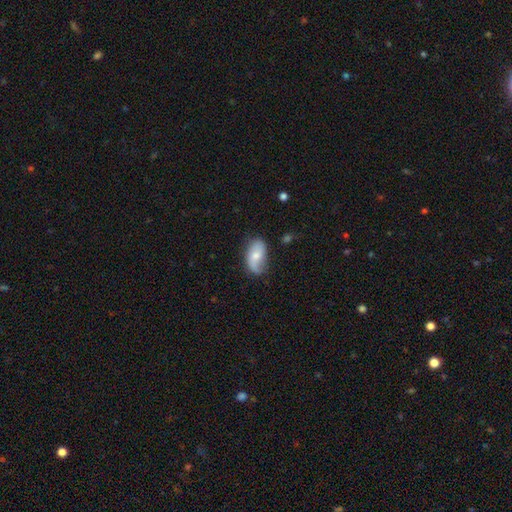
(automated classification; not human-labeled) This is possibly a smooth galaxy (55%). How rounded: clearly in between (92%). Merging: possibly none (58%).